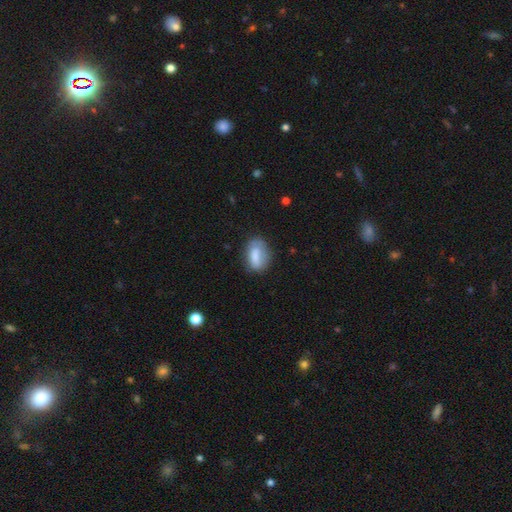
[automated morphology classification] smooth_or_featured: smooth (p=0.76) [alt: featured or disk p=0.16]
how_rounded: in between (p=0.84) [alt: round p=0.12]
merging: none (p=0.63) [alt: minor disturbance p=0.26]